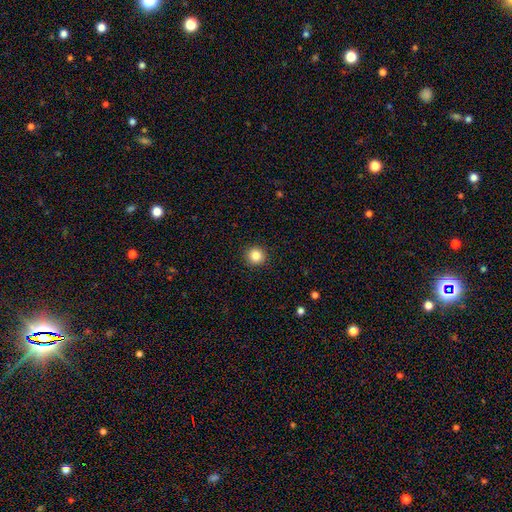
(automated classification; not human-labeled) Morphology: type=smooth (85%); roundness=round (95%); merging=none (93%).